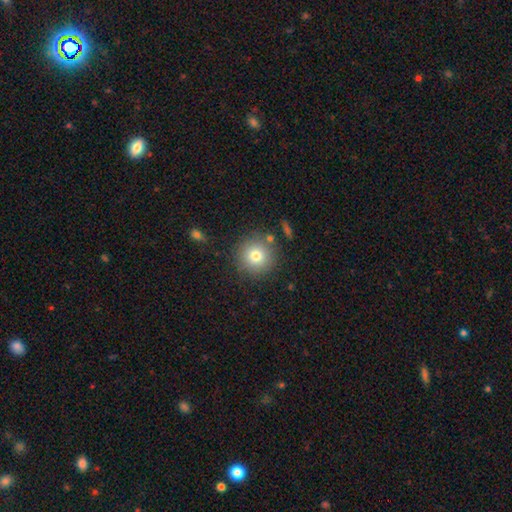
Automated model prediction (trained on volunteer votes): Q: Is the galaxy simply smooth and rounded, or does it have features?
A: smooth — 78%.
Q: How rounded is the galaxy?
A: round — 95%.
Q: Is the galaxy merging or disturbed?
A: none — 85%.